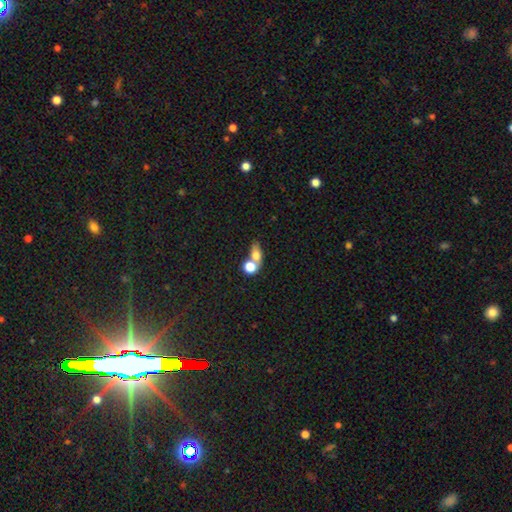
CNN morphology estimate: This is likely a smooth galaxy (72%). How rounded: possibly in between (57%). Merging: possibly merger (52%).